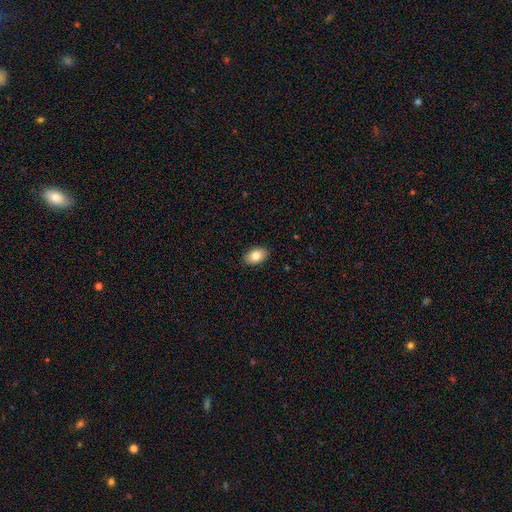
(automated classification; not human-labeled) The model was most divided on "smooth or featured": smooth: 83%, featured or disk: 10%, star or artifact: 7%. More confident: how rounded — in between (91%); merging — none (90%).